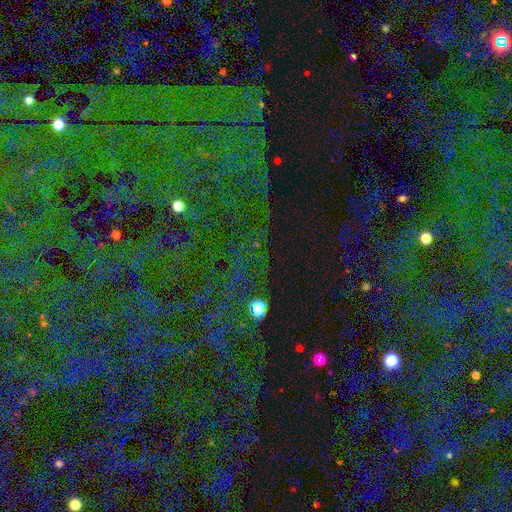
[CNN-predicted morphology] Smooth or featured? Predicted: star or artifact (p=0.81).